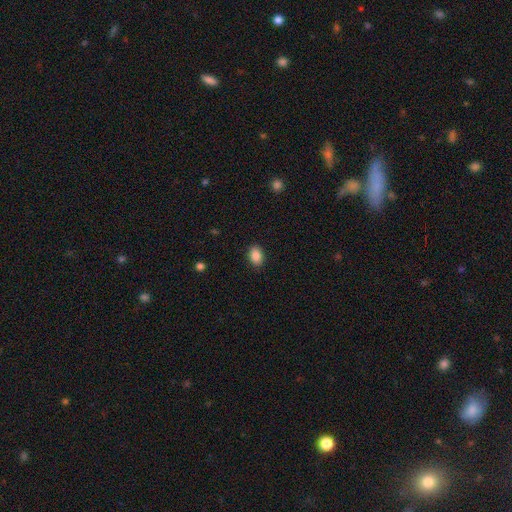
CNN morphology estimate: smooth 88%, star or artifact 8%, featured or disk 3%. Down the decision tree: how rounded — in between (85%); merging — none (89%).